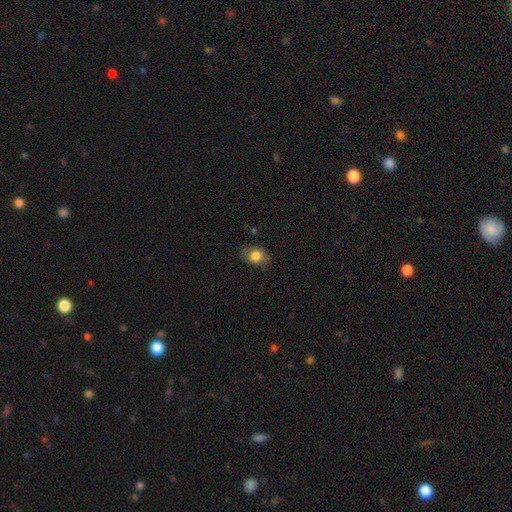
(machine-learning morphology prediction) This appears to be a smooth galaxy with no disk features (79%) that is in between round and cigar-shaped (66%). Merging: none (77%).